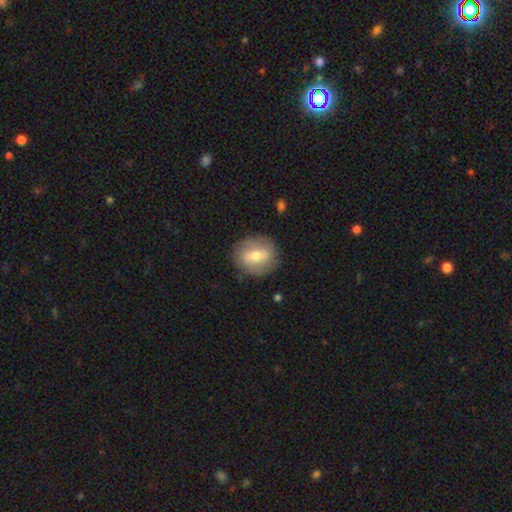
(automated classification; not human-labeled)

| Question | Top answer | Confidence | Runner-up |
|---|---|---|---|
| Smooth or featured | smooth | 57% | featured or disk (36%) |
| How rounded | round | 73% | in between (25%) |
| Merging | none | 83% | minor disturbance (12%) |